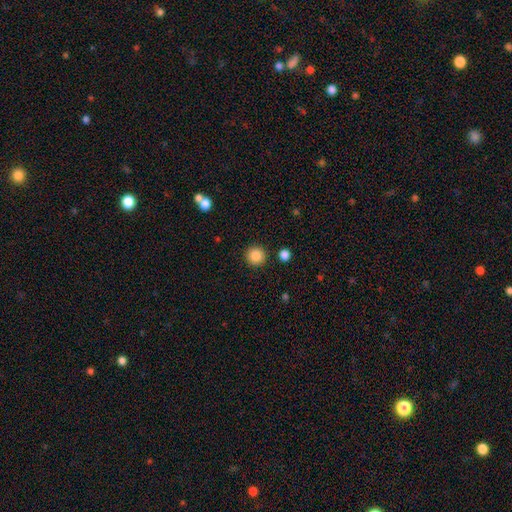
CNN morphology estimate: A smooth galaxy with no disk features (87%) that is round (94%).

Vote fractions:
- Smooth or featured? smooth: 87% / star or artifact: 10% / featured or disk: 3%
- How rounded? round: 94% / in between: 5% / cigar-shaped: 1%
- Merging? none: 90% / minor disturbance: 5% / merger: 2% / major disturbance: 2%